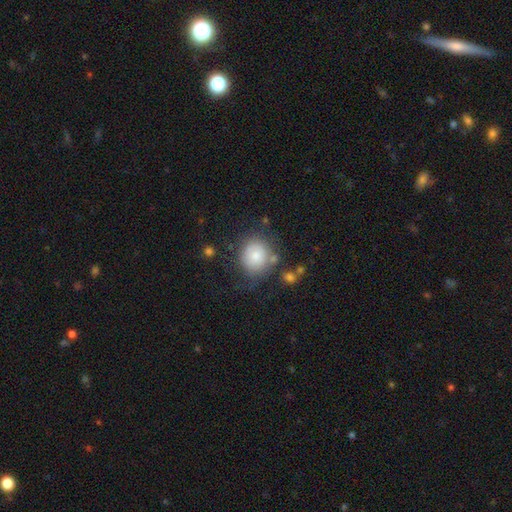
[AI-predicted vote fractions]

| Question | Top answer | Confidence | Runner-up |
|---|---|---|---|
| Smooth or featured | smooth | 77% | featured or disk (15%) |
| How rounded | round | 81% | in between (18%) |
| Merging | none | 64% | minor disturbance (20%) |